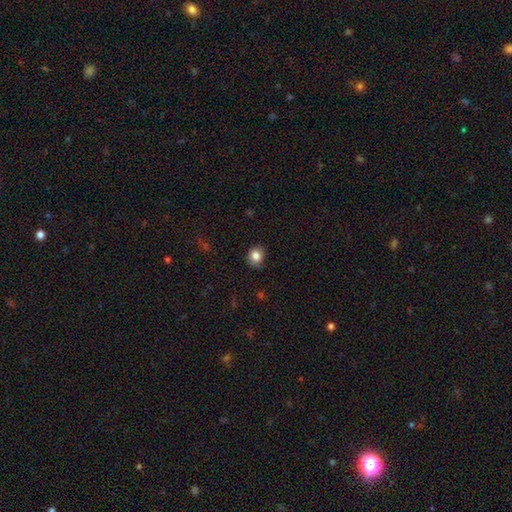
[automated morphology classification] This appears to be a smooth galaxy with no disk features (83%) that is round (74%). Merging: none (83%).